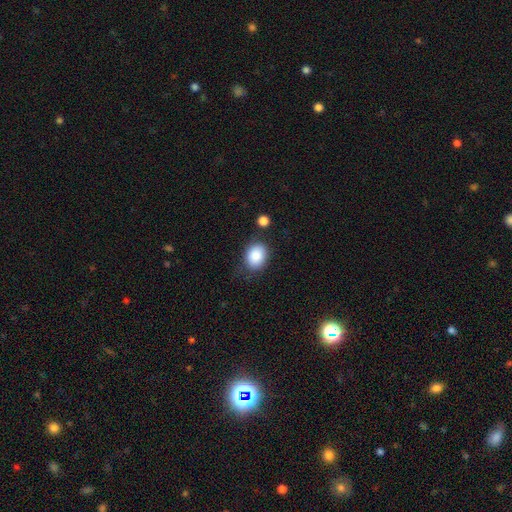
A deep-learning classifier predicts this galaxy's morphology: type=smooth (87%); roundness=in between (64%); merging=none (72%).